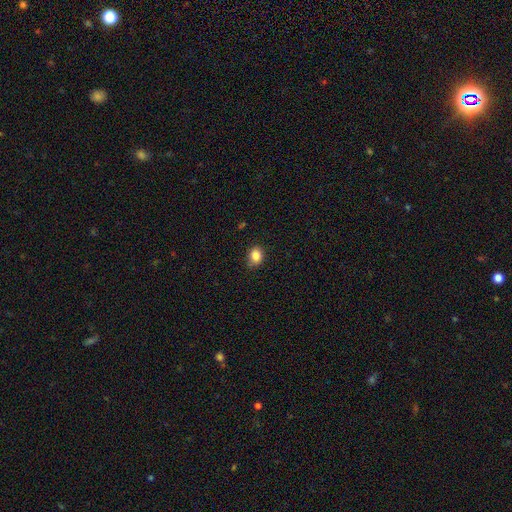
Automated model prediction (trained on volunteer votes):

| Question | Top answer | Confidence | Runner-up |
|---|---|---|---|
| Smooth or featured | smooth | 86% | star or artifact (10%) |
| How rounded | round | 59% | in between (40%) |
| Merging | none | 79% | minor disturbance (17%) |